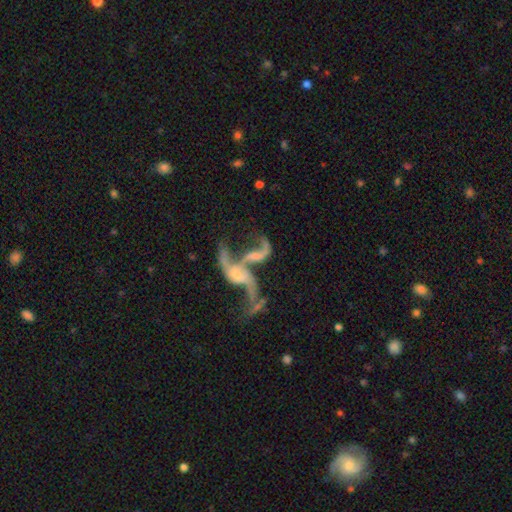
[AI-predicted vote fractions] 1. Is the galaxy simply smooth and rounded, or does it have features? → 77% featured or disk, 14% smooth, 9% star or artifact.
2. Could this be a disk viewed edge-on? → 95% no, 5% yes.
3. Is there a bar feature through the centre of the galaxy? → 59% no, 29% weak, 12% strong.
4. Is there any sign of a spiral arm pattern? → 77% yes, 23% no.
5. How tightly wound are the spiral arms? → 86% loose, 11% medium, 3% tight.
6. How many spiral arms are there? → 60% 2, 13% 1, 11% 3, 10% can't tell, 4% 4, 2% more than 4.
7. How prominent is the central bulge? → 37% small (tied), 37% none (tied), 21% moderate, 4% large, 2% dominant.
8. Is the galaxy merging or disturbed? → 67% merger, 18% major disturbance, 10% none, 5% minor disturbance.